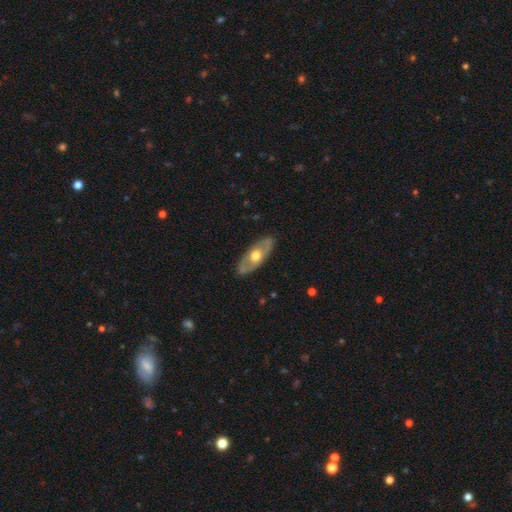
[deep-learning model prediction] Morphology: type=featured or disk (59%); edge-on=no (74%); merging=none (84%).